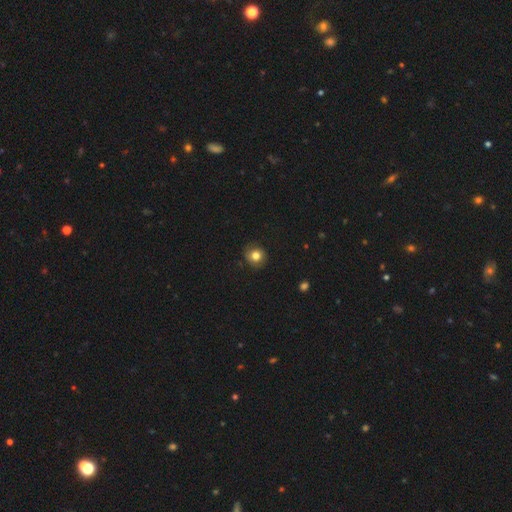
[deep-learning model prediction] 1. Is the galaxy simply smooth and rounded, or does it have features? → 80% smooth, 10% star or artifact, 10% featured or disk.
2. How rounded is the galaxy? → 85% round, 14% in between, 1% cigar-shaped.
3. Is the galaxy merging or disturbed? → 83% none, 13% minor disturbance, 3% major disturbance, 1% merger.